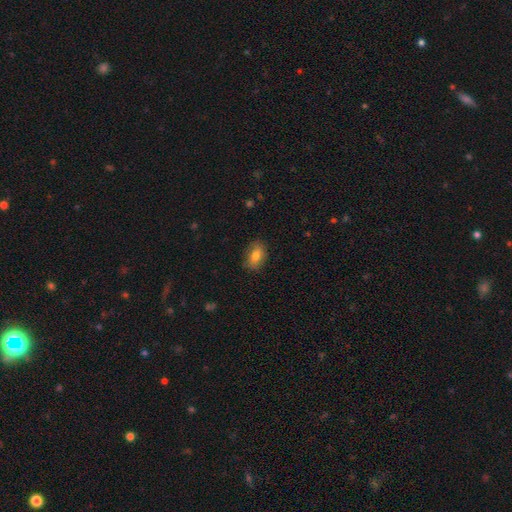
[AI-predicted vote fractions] Q: Smooth or featured?
A: smooth (79%); runner-up: featured or disk (13%)
Q: How rounded?
A: in between (84%); runner-up: round (12%)
Q: Merging?
A: none (84%); runner-up: minor disturbance (13%)